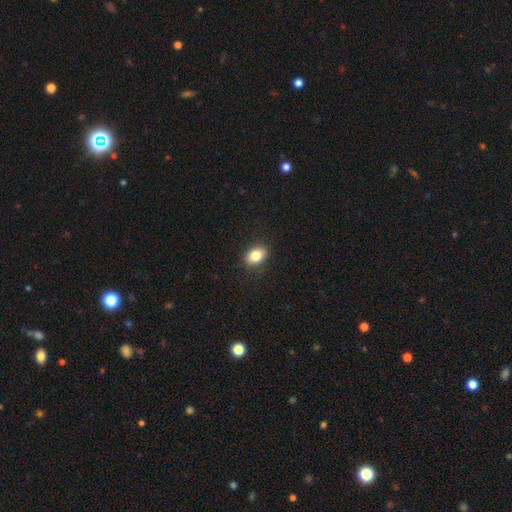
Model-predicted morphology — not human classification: Smooth or featured? smooth (82%)
How rounded? in between (80%)
Merging? none (88%)